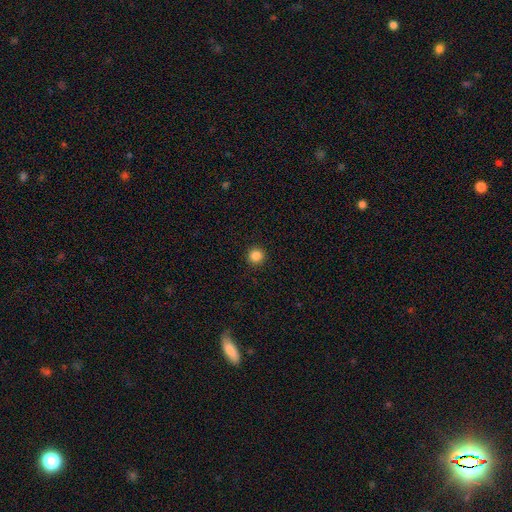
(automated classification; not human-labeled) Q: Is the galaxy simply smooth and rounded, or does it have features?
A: smooth — 86%.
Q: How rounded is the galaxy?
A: round — 96%.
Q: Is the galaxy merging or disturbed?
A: none — 93%.